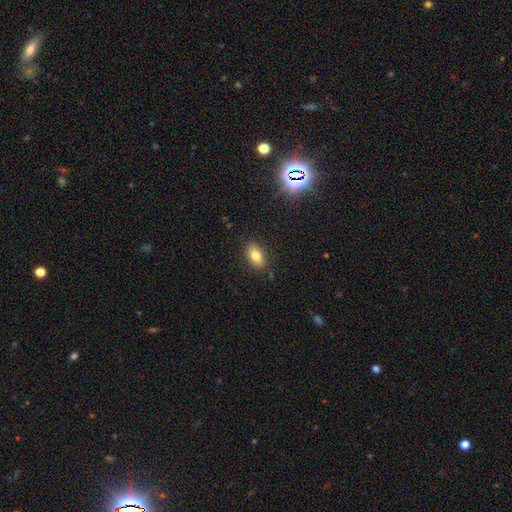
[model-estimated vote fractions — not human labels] smooth-or-featured: smooth: 80% | featured or disk: 10% | star or artifact: 10%
  how-rounded: in between: 89% | cigar-shaped: 6% | round: 5%
  merging: none: 85% | minor disturbance: 11% | major disturbance: 3% | merger: 2%